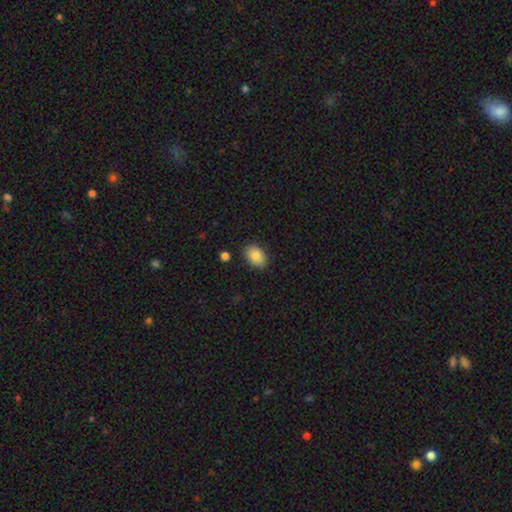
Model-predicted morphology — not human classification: This appears to be a smooth galaxy with no disk features (85%) that is in between round and cigar-shaped (83%). Merging: none (86%).